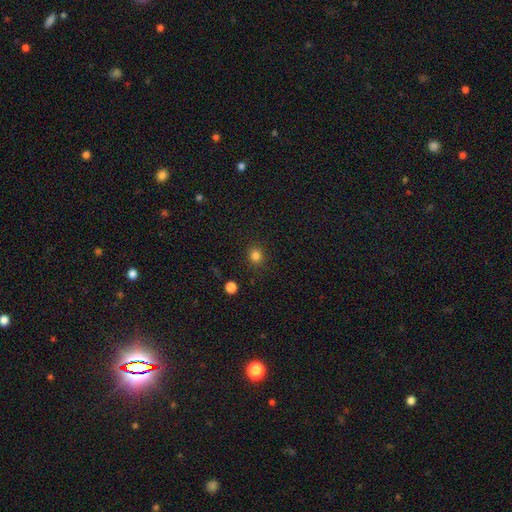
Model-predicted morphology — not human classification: Smooth or featured? smooth (83%)
How rounded? round (87%)
Merging? none (89%)